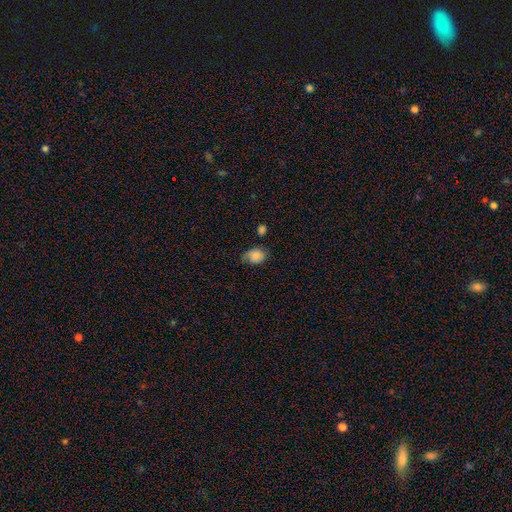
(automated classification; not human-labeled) This appears to be a smooth galaxy with no disk features (79%) that is in between round and cigar-shaped (68%). Merging: none (55%).